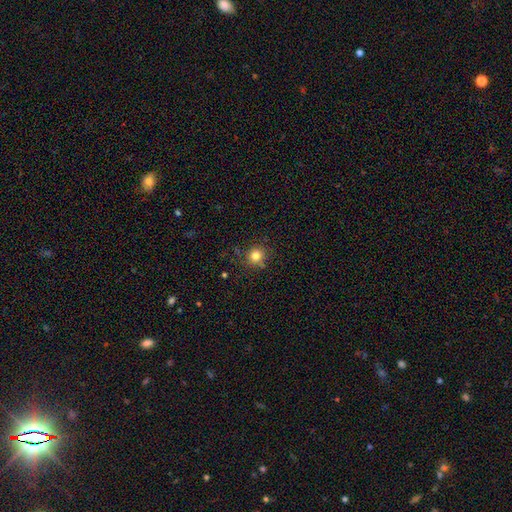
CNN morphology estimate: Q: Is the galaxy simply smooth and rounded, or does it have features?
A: smooth — 81%.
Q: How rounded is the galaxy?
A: round — 90%.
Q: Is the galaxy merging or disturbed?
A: none — 83%.